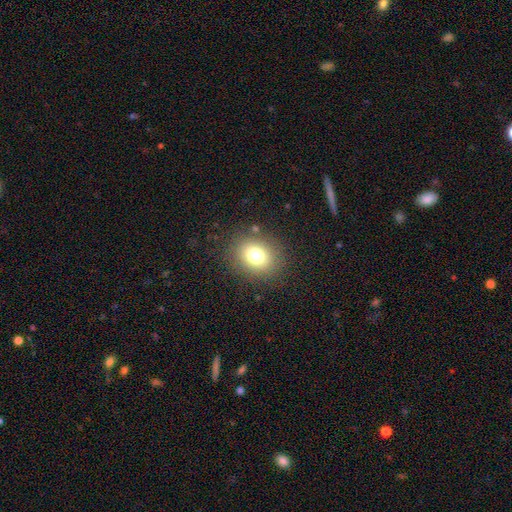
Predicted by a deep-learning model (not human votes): Smooth or featured? smooth (76%)
How rounded? round (61%)
Merging? none (86%)